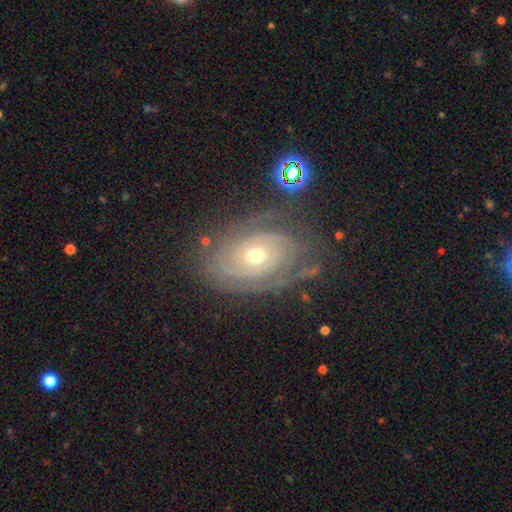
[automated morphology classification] smooth_or_featured: featured or disk (p=0.85) [alt: smooth p=0.09]
disk_edge_on: no (p=0.95) [alt: yes p=0.05]
bar: no (p=0.80) [alt: weak p=0.15]
has_spiral_arms: yes (p=0.92) [alt: no p=0.08]
spiral_winding: tight (p=0.80) [alt: medium p=0.16]
spiral_arm_count: 2 (p=0.33) [tied with: can't tell p=0.33]
bulge_size: moderate (p=0.53) [alt: small p=0.43]
merging: none (p=0.72) [alt: minor disturbance p=0.17]